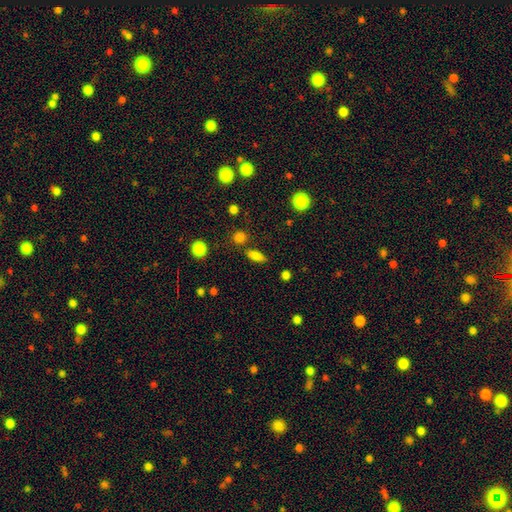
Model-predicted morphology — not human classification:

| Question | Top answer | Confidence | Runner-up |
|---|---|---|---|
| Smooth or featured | smooth | 78% | star or artifact (11%) |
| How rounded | in between | 68% | cigar-shaped (25%) |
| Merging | none | 77% | minor disturbance (12%) |